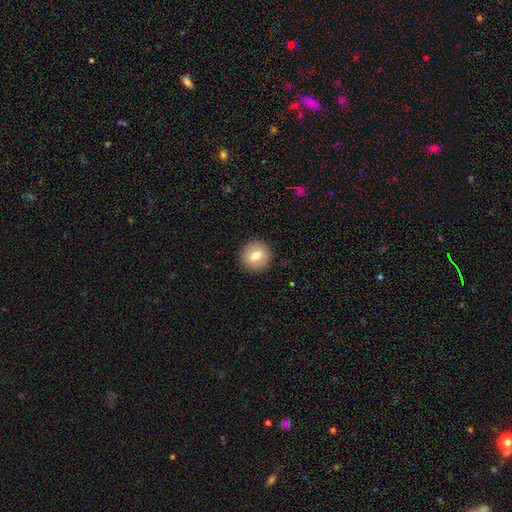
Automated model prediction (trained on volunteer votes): The model was most divided on "smooth or featured": smooth: 72%, featured or disk: 20%, star or artifact: 8%. More confident: how rounded — round (92%); merging — none (91%).